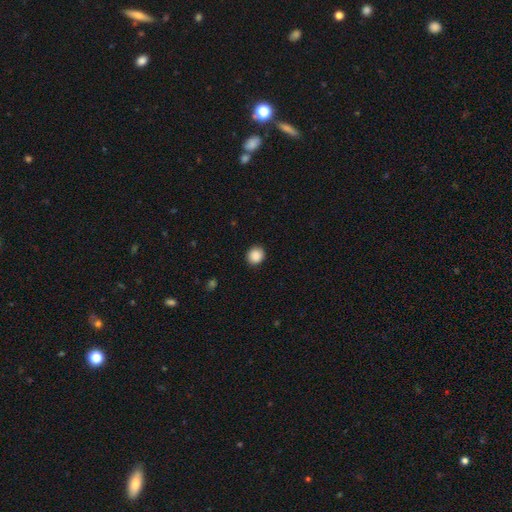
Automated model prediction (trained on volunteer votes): Smooth or featured? Predicted: smooth (p=0.89). How rounded? Predicted: round (p=0.86). Merging? Predicted: none (p=0.90).